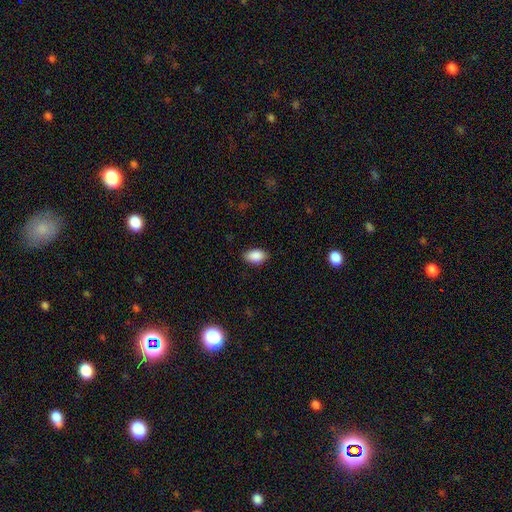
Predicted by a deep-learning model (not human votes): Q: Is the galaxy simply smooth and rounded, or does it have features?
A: smooth — 89%.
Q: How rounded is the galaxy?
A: in between — 91%.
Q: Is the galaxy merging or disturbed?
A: none — 85%.